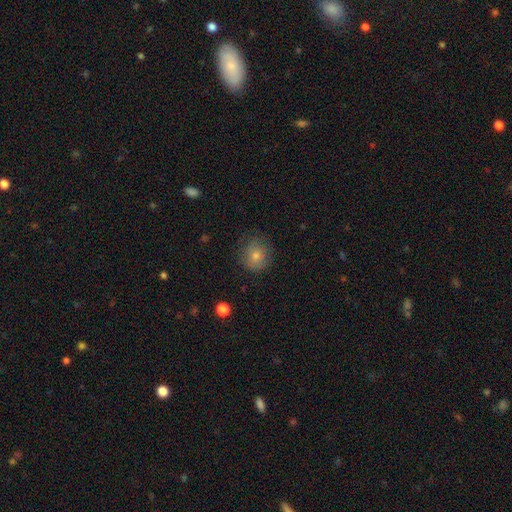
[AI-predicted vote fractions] Overall: smooth (69%). How rounded: round (84%). Merging: none (80%).